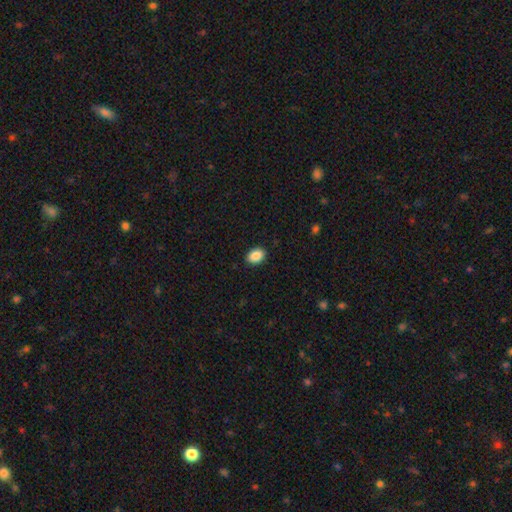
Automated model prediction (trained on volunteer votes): A smooth galaxy with no disk features (89%) that is in between round and cigar-shaped (78%).

Vote fractions:
- Smooth or featured? smooth: 89% / star or artifact: 8% / featured or disk: 3%
- How rounded? in between: 78% / round: 21% / cigar-shaped: 1%
- Merging? none: 90% / minor disturbance: 7% / major disturbance: 2% / merger: 1%